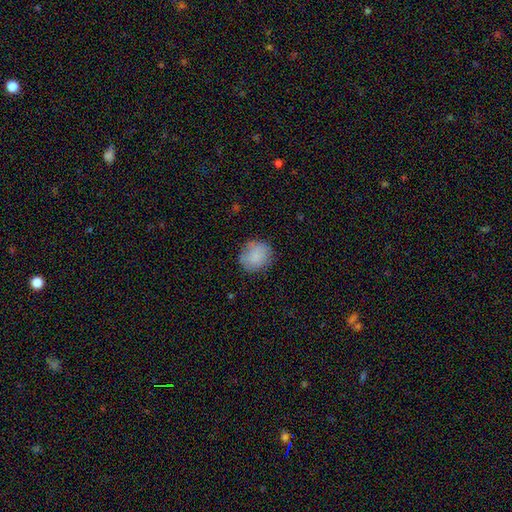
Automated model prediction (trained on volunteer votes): Smooth or featured? smooth (81%)
How rounded? round (81%)
Merging? none (76%)